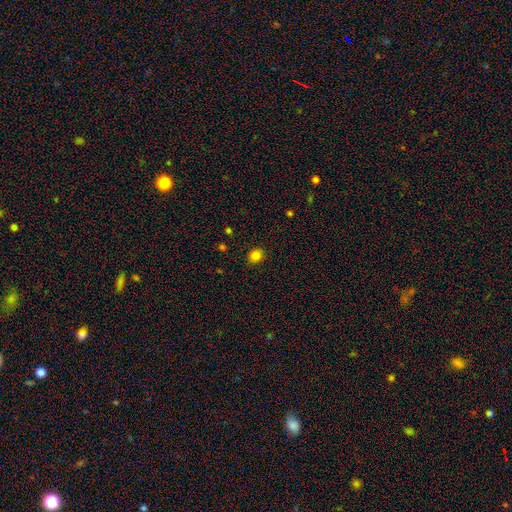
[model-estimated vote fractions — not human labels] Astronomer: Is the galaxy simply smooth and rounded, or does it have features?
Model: smooth — 83%.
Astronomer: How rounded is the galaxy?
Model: round — 70%.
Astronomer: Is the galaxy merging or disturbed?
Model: none — 89%.